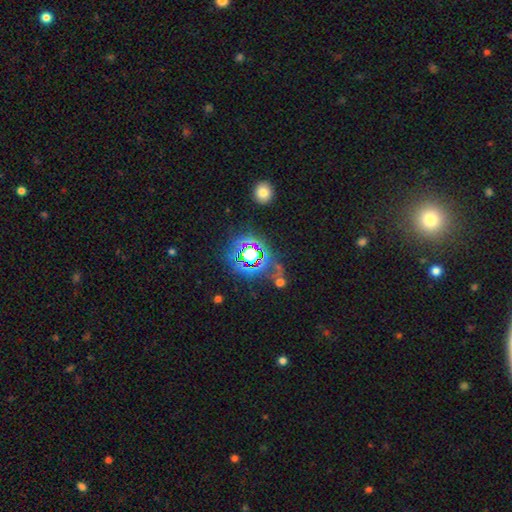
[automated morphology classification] Smooth or featured? star or artifact (68%)